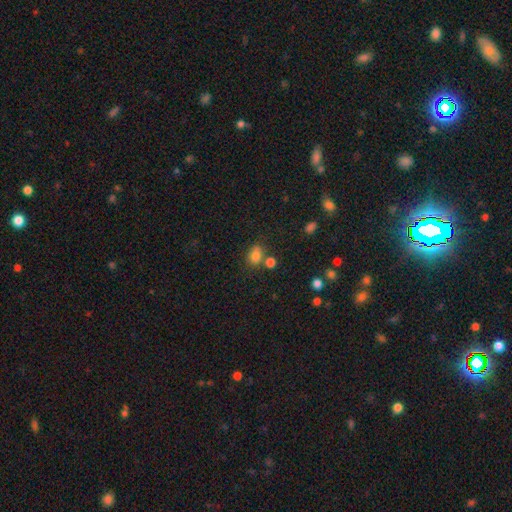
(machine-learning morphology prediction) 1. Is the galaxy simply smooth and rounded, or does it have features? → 77% smooth, 15% star or artifact, 8% featured or disk.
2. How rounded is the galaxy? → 58% in between, 41% round, 1% cigar-shaped.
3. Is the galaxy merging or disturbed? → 55% none, 22% merger, 16% minor disturbance, 7% major disturbance.